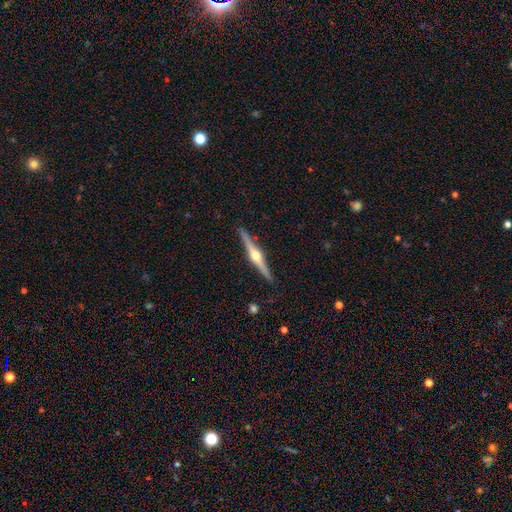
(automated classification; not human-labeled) The model was most divided on "smooth or featured": featured or disk: 82%, smooth: 13%, star or artifact: 5%. More confident: edge-on disk — yes (98%); edge-on bulge — rounded (96%); merging — none (91%).